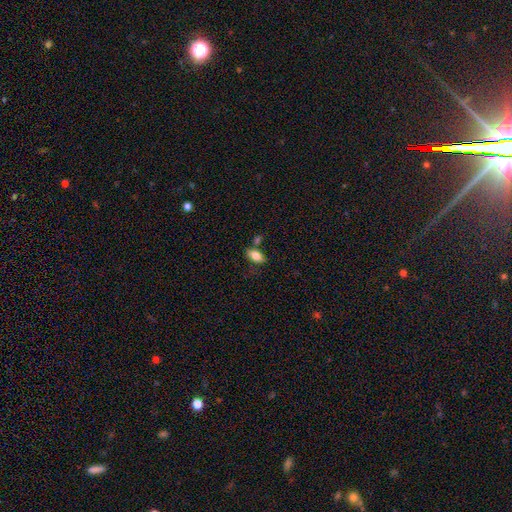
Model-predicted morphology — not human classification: Overall: smooth (82%). How rounded: in between (88%). Merging: none (69%).